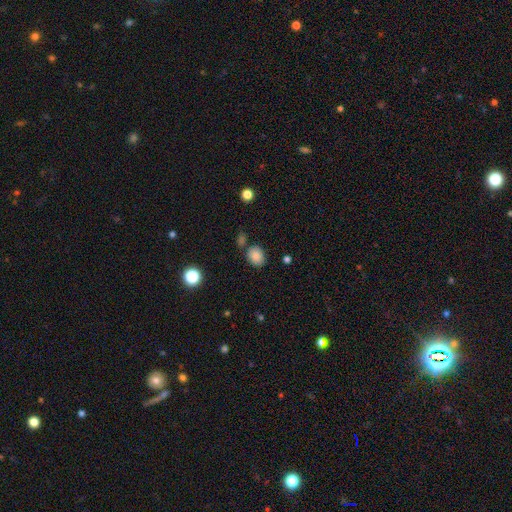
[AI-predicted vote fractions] smooth 84%, star or artifact 10%, featured or disk 5%. Down the decision tree: how rounded — round (50%); merging — none (76%).